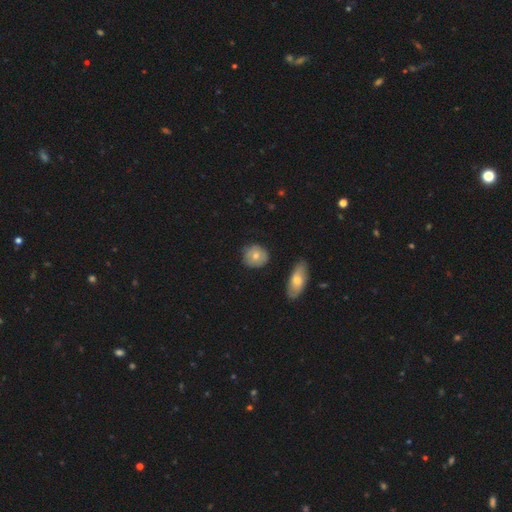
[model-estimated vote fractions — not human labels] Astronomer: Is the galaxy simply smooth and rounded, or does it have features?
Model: smooth — 68%.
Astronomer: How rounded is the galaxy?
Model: round — 80%.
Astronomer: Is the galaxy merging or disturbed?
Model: none — 76%.